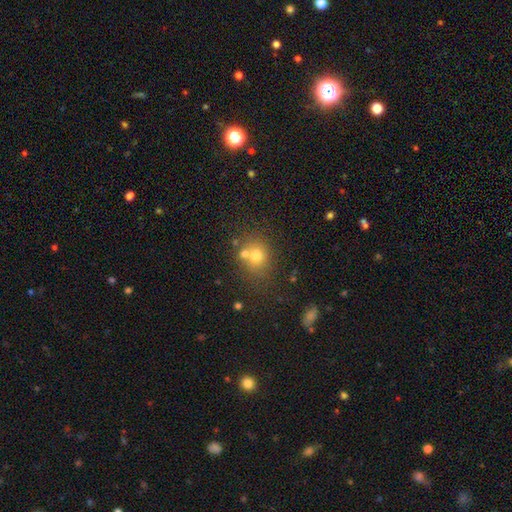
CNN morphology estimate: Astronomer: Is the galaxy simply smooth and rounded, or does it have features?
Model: smooth — 70%.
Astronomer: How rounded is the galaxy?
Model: round — 72%.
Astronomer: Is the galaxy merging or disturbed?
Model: none — 58%.